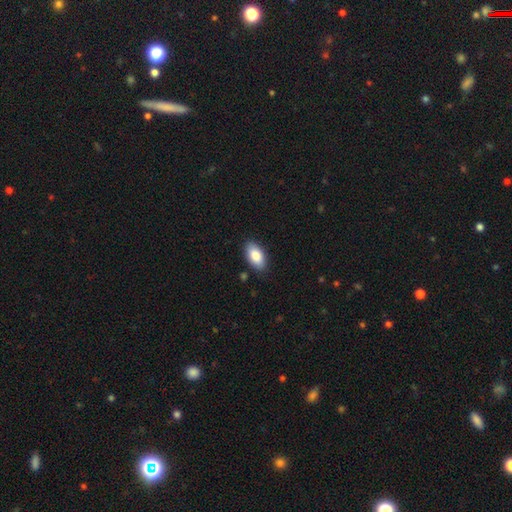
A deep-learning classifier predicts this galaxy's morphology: Smooth or featured? smooth (85%)
How rounded? in between (93%)
Merging? none (86%)